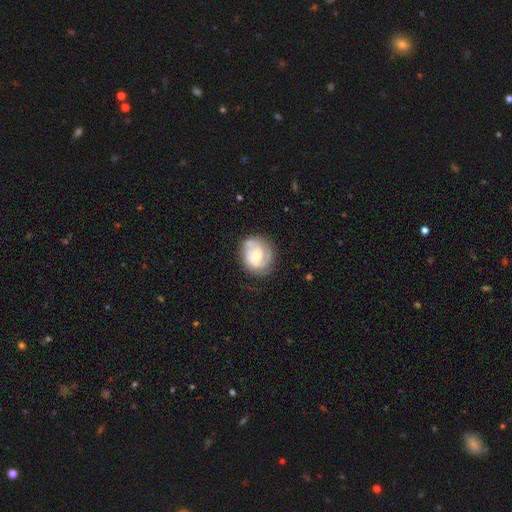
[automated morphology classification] Q: Smooth or featured?
A: featured or disk (62%); runner-up: smooth (31%)
Q: Edge-on disk?
A: no (98%); runner-up: yes (2%)
Q: Bar?
A: no (72%); runner-up: weak (24%)
Q: Spiral arms?
A: yes (84%); runner-up: no (16%)
Q: Spiral winding?
A: tight (52%); runner-up: medium (35%)
Q: Spiral arm count?
A: 2 (47%); runner-up: can't tell (25%)
Q: Bulge size?
A: small (48%); runner-up: moderate (45%)
Q: Merging?
A: none (67%); runner-up: minor disturbance (21%)